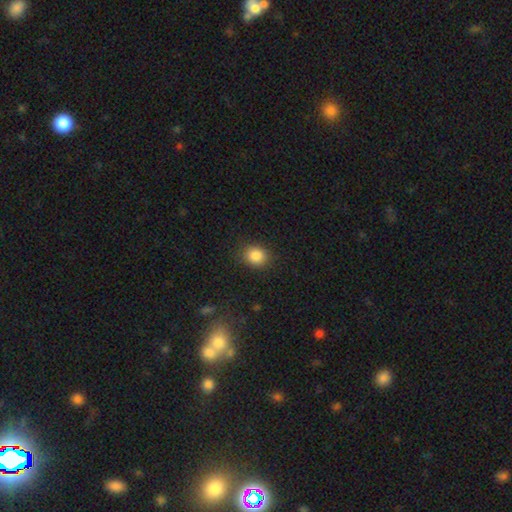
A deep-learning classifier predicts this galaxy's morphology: This appears to be a smooth galaxy with no disk features (86%) that is round (61%). Merging: none (85%).